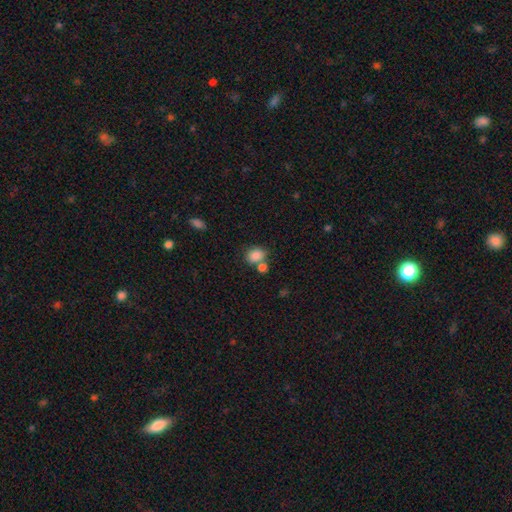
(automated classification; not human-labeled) A smooth galaxy with no disk features (84%) that is in between round and cigar-shaped (54%). Merging: none (50%).